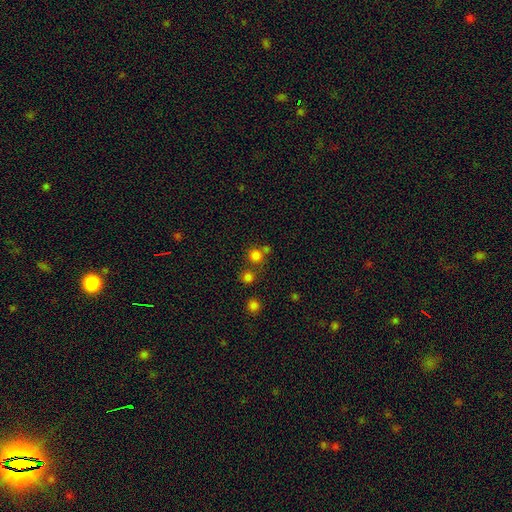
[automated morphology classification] smooth_or_featured: smooth (p=0.76) [alt: star or artifact p=0.17]
how_rounded: round (p=0.92) [alt: in between p=0.07]
merging: none (p=0.65) [alt: merger p=0.24]